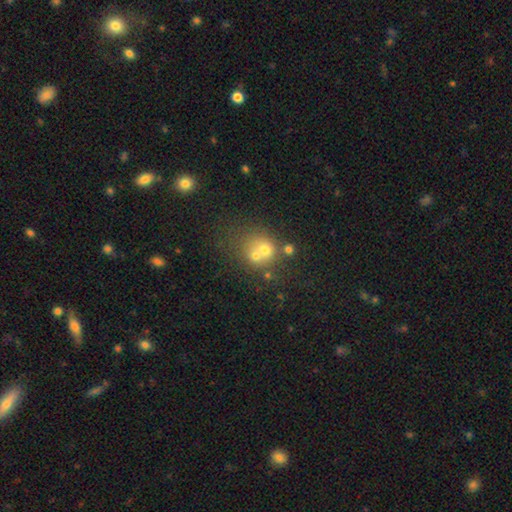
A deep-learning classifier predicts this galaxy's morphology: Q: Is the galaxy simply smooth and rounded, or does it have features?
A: smooth — 61%.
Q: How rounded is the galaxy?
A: round — 78%.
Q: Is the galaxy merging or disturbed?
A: merger — 47%.